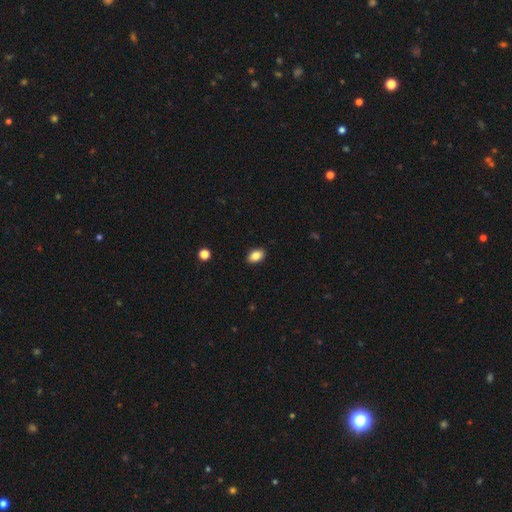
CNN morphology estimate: Smooth or featured: smooth — 85% (star or artifact — 8%)
How rounded: in between — 87% (round — 12%)
Merging: none — 89% (minor disturbance — 8%)